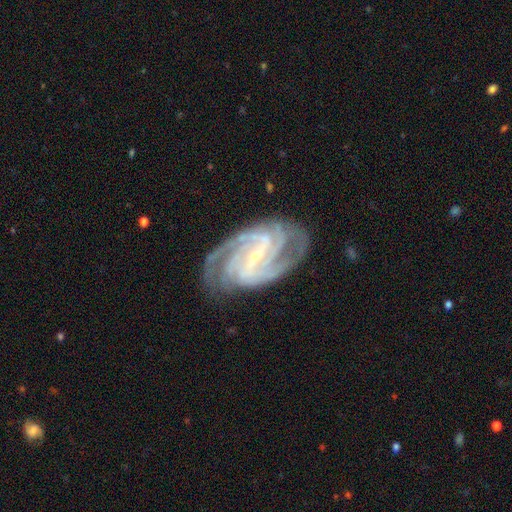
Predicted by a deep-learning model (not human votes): This is clearly a featured or disk galaxy (93%). It is clearly not viewed edge-on (97%). Bar: possibly strong (49%). Spiral arm pattern: clearly yes (99%). Spiral arm count: marginally 4 (30%). Spiral winding: possibly tight (58%). Central bulge: likely small (75%). Merging: likely none (80%).